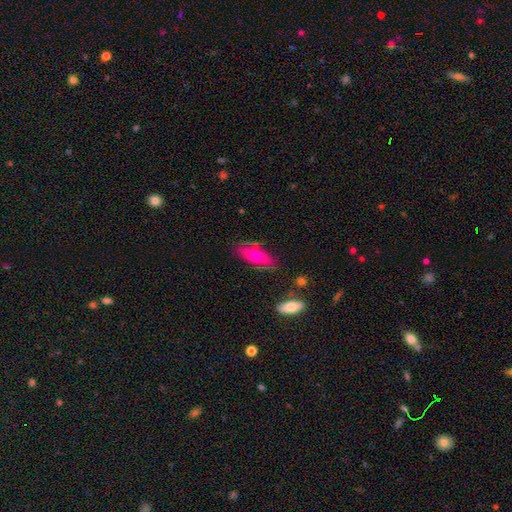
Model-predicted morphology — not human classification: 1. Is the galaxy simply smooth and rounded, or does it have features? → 59% smooth, 34% featured or disk, 7% star or artifact.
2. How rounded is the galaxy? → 71% in between, 26% cigar-shaped, 3% round.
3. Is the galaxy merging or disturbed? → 73% none, 18% minor disturbance, 5% major disturbance, 5% merger.